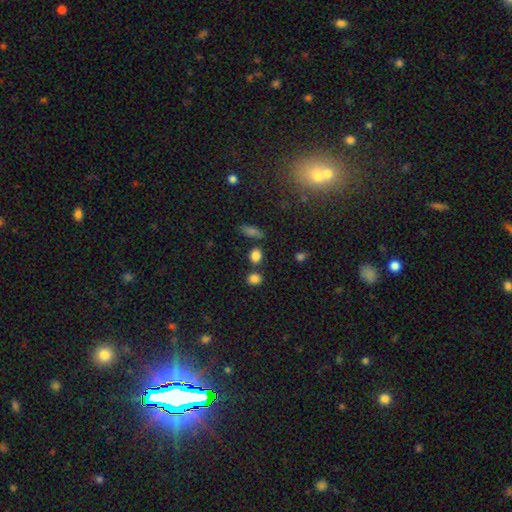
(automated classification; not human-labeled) A smooth galaxy with no disk features (82%) that is round (59%). Merging: none (72%).